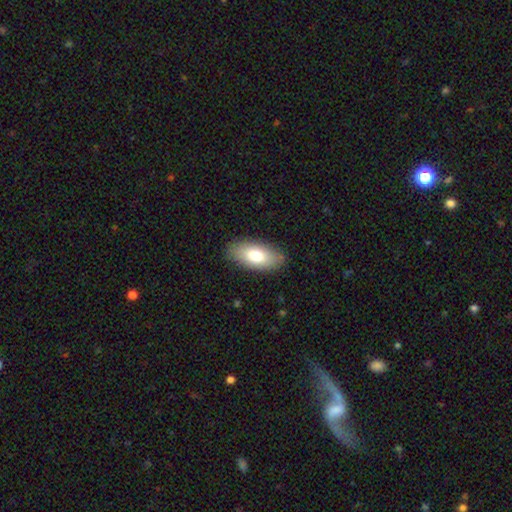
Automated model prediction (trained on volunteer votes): This appears to be a smooth galaxy with no disk features (78%) that is in between round and cigar-shaped (90%). Merging: none (85%).